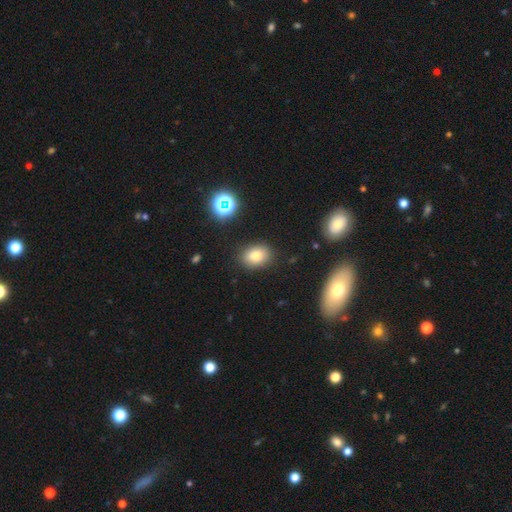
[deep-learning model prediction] Smooth or featured?
  - smooth: 78% *
  - star or artifact: 13%
  - featured or disk: 9%
How rounded?
  - in between: 64% *
  - round: 35%
  - cigar-shaped: 1%
Merging?
  - none: 85% *
  - minor disturbance: 10%
  - major disturbance: 3%
  - merger: 2%